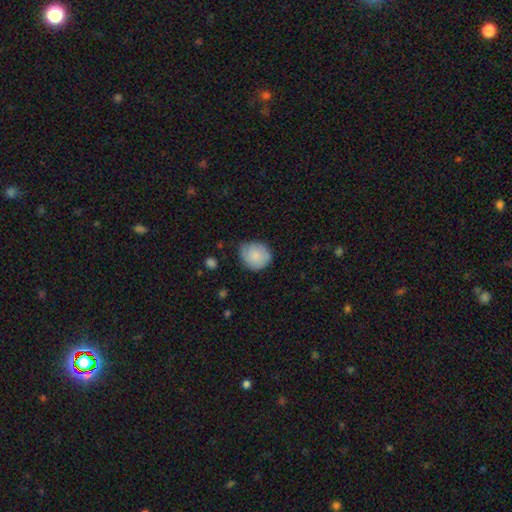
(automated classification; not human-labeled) This appears to be a smooth galaxy with no disk features (83%) that is round (75%). Merging: none (67%).